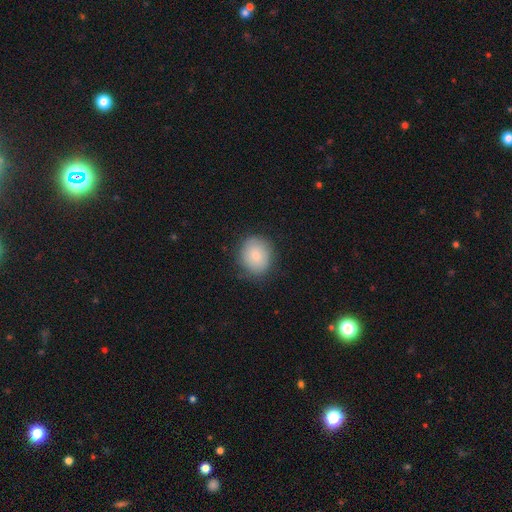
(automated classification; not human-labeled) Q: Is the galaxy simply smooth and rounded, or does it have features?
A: smooth — 82%.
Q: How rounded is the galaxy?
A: round — 74%.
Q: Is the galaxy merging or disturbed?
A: none — 83%.